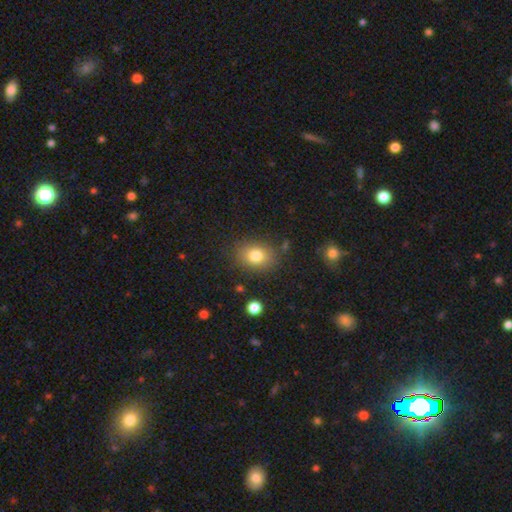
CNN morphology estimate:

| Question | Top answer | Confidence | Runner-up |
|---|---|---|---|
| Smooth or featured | smooth | 80% | star or artifact (11%) |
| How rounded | in between | 57% | round (42%) |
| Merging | none | 82% | minor disturbance (11%) |